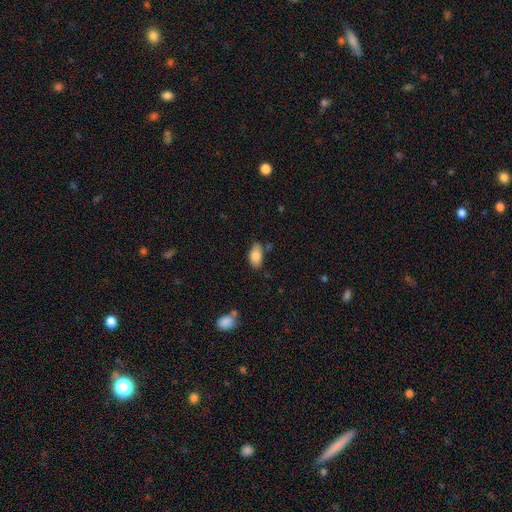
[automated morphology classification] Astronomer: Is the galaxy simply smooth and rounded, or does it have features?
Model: smooth — 85%.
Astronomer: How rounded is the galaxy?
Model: in between — 92%.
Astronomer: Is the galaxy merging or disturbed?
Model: none — 67%.